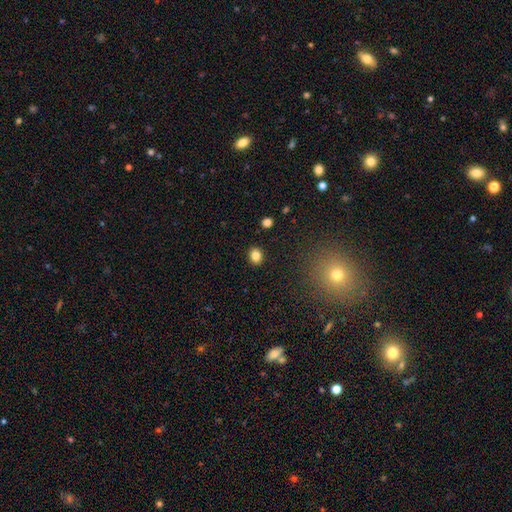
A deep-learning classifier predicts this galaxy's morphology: Smooth or featured?
  - smooth: 83% *
  - star or artifact: 11%
  - featured or disk: 6%
How rounded?
  - round: 55% *
  - in between: 44%
  - cigar-shaped: 1%
Merging?
  - none: 90% *
  - minor disturbance: 7%
  - major disturbance: 2%
  - merger: 1%